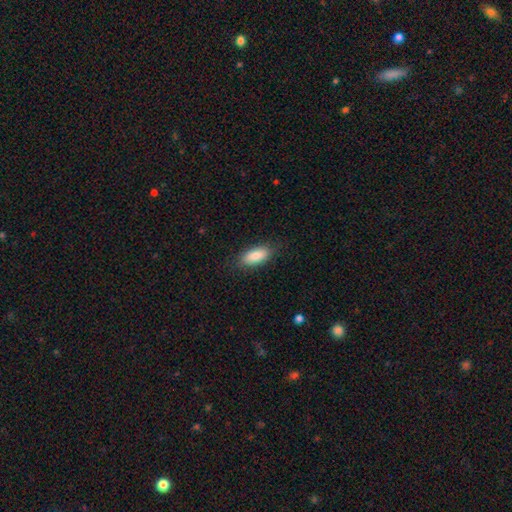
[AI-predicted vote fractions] Overall: smooth (85%). How rounded: in between (85%). Merging: none (84%).